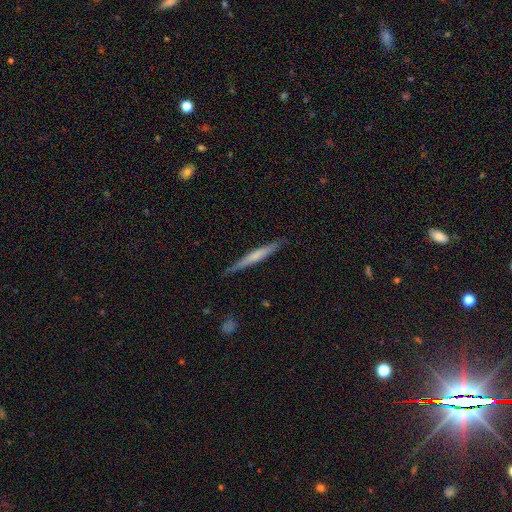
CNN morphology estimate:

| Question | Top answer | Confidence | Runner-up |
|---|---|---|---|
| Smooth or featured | smooth | 48% | featured or disk (46%) |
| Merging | none | 87% | minor disturbance (10%) |